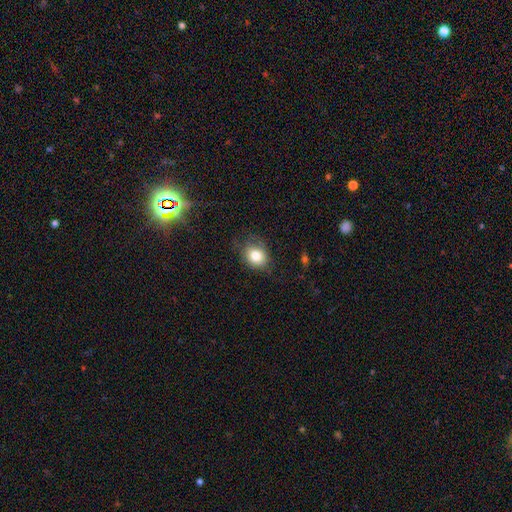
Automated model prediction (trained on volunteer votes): smooth 79%, featured or disk 11%, star or artifact 10%. Down the decision tree: how rounded — round (55%); merging — none (67%).